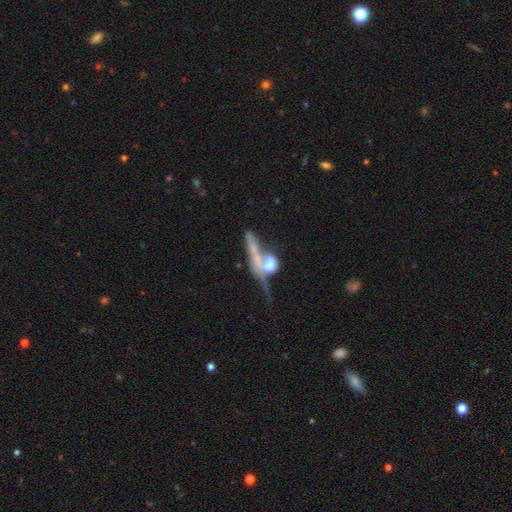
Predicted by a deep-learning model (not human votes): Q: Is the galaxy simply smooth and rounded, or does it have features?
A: featured or disk — 47%.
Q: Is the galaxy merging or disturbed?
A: merger — 50%.